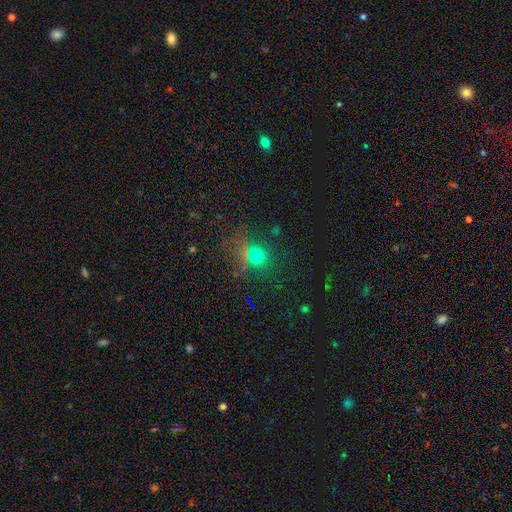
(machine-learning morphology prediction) Q: Smooth or featured?
A: smooth (59%); runner-up: star or artifact (33%)
Q: How rounded?
A: round (86%); runner-up: in between (13%)
Q: Merging?
A: none (78%); runner-up: minor disturbance (10%)